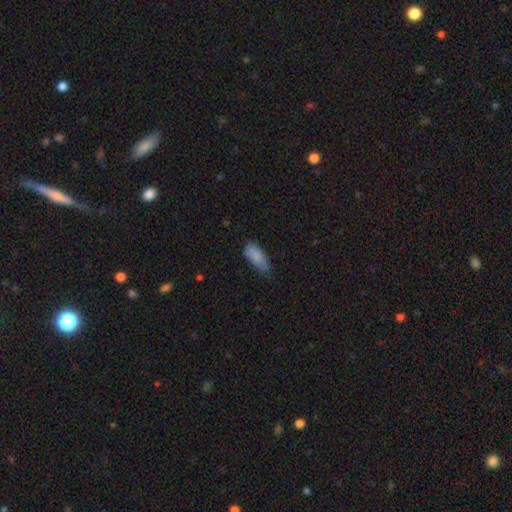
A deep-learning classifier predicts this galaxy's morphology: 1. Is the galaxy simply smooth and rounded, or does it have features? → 86% smooth, 7% star or artifact, 7% featured or disk.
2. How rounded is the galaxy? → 83% in between, 15% cigar-shaped, 2% round.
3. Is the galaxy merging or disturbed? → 52% none, 38% minor disturbance, 9% major disturbance, 2% merger.